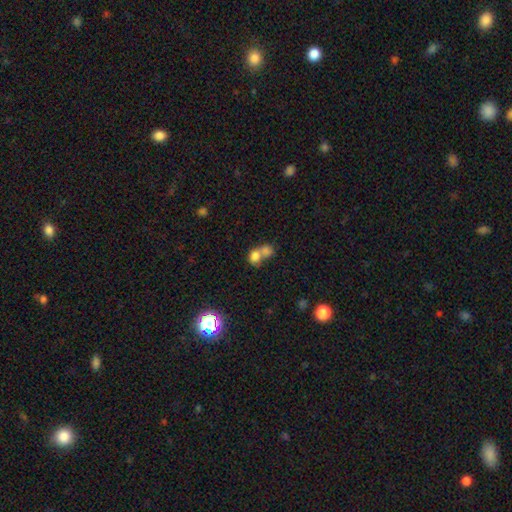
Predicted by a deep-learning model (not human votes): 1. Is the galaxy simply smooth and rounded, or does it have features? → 75% smooth, 13% featured or disk, 12% star or artifact.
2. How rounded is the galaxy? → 57% round, 41% in between, 1% cigar-shaped.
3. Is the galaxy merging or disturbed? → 68% merger, 22% none, 6% minor disturbance, 4% major disturbance.